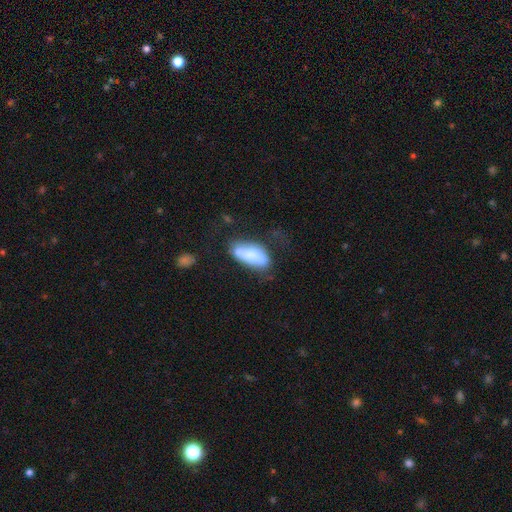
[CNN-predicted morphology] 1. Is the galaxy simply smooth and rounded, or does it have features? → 62% smooth, 30% featured or disk, 8% star or artifact.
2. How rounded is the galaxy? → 77% in between, 21% cigar-shaped, 3% round.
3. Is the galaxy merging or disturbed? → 39% none, 28% minor disturbance, 19% major disturbance, 14% merger.